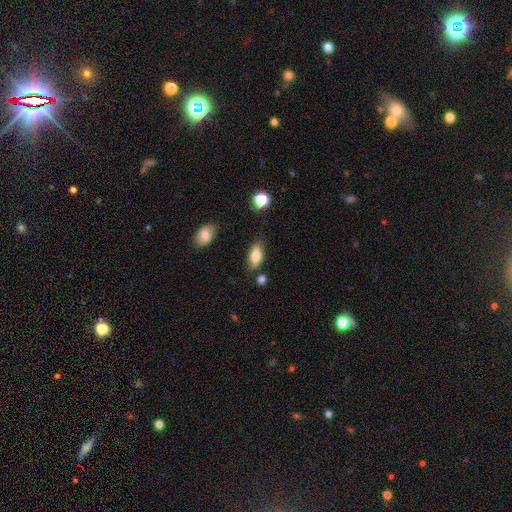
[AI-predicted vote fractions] A smooth galaxy with no disk features (83%) that is in between round and cigar-shaped (89%).

Vote fractions:
- Smooth or featured? smooth: 83% / featured or disk: 10% / star or artifact: 7%
- How rounded? in between: 89% / cigar-shaped: 7% / round: 3%
- Merging? none: 80% / minor disturbance: 13% / merger: 4% / major disturbance: 3%